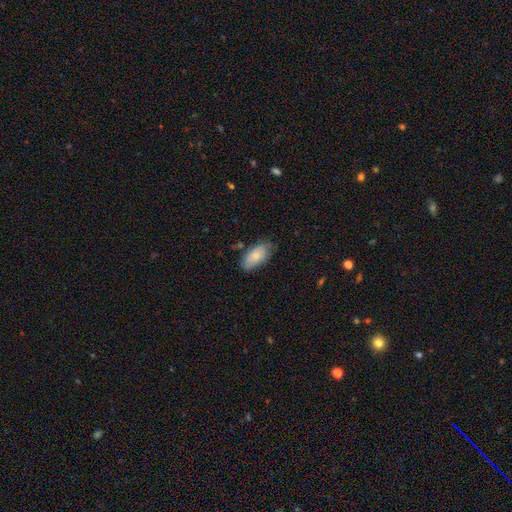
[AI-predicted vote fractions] smooth 78%, featured or disk 16%, star or artifact 6%. Down the decision tree: how rounded — in between (93%); merging — none (72%).